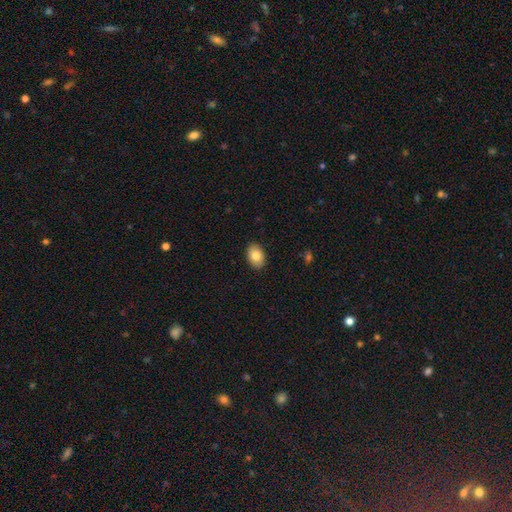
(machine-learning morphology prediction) type=smooth (84%); roundness=in between (81%); merging=none (89%).